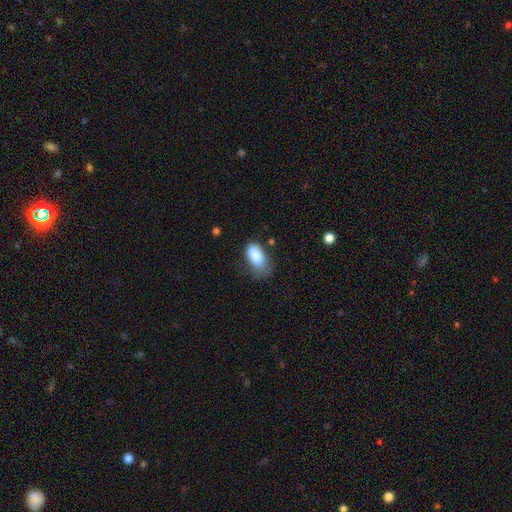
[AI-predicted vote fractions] Smooth or featured? smooth (83%)
How rounded? in between (93%)
Merging? minor disturbance (39%)